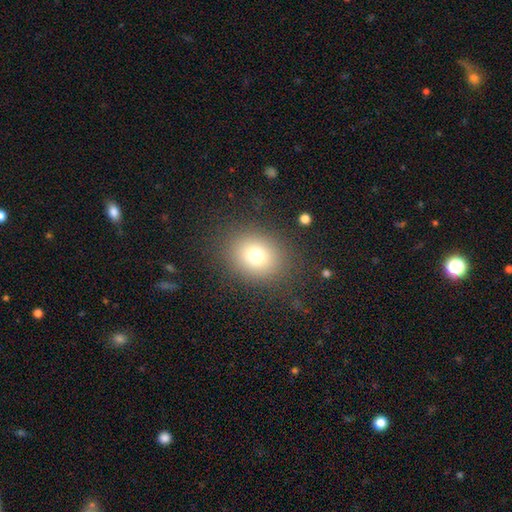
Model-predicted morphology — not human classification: A smooth galaxy with no disk features (75%) that is round (66%). Merging: none (85%).